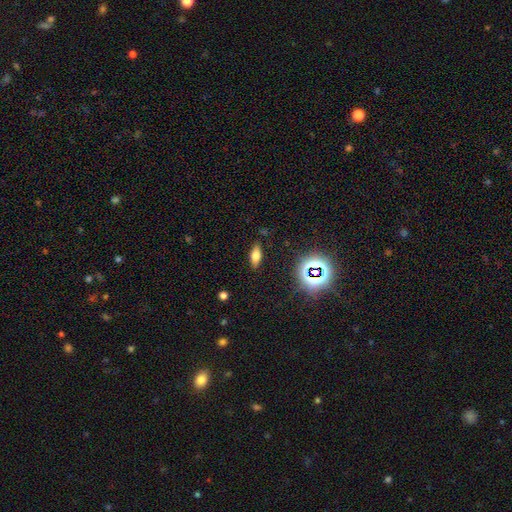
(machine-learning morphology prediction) The model was most divided on "smooth or featured": smooth: 63%, featured or disk: 21%, star or artifact: 16%. More confident: merging — none (86%); how rounded — in between (72%).